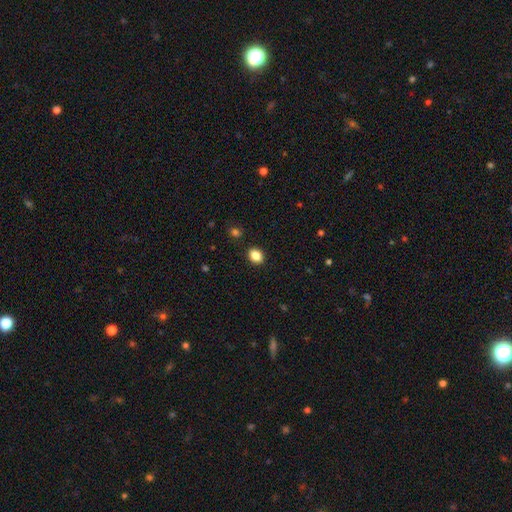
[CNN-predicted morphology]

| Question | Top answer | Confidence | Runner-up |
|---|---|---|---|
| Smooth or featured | smooth | 86% | star or artifact (10%) |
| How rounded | in between | 52% | round (47%) |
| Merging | none | 90% | minor disturbance (7%) |